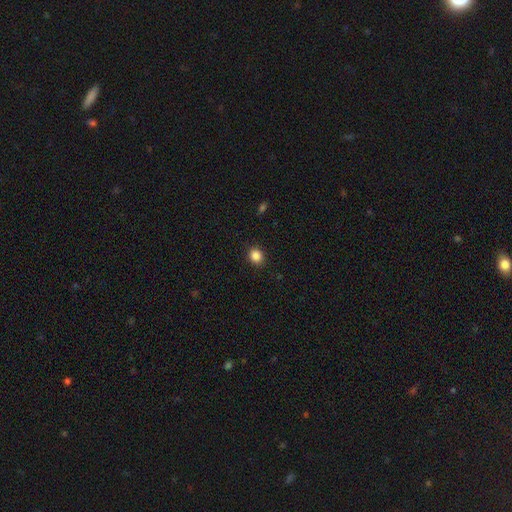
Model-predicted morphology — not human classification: This appears to be a smooth galaxy with no disk features (86%) that is round (76%). Merging: none (90%).